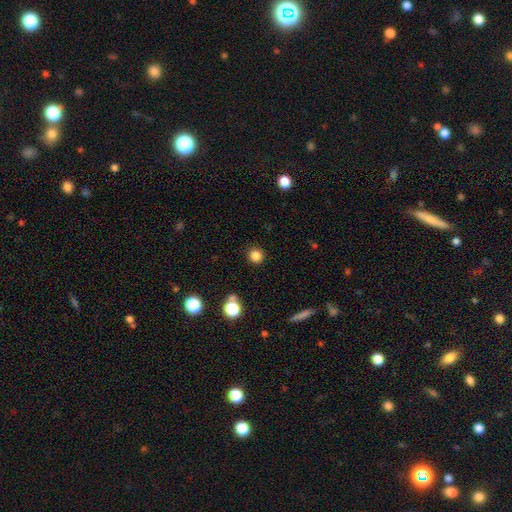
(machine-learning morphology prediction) Smooth or featured: smooth — 82% (star or artifact — 13%)
How rounded: round — 94% (in between — 5%)
Merging: none — 90% (minor disturbance — 6%)